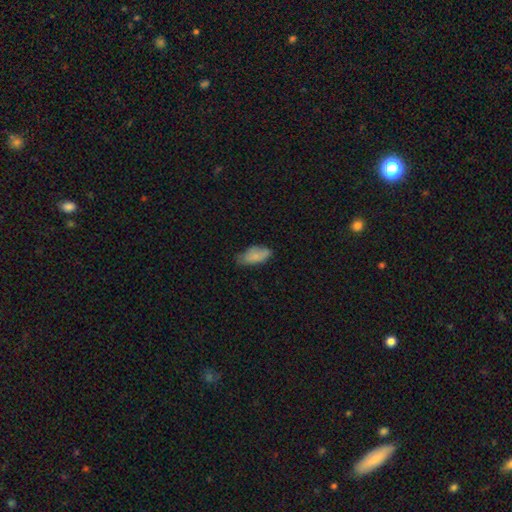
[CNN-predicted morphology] Overall: smooth (80%). How rounded: in between (90%). Merging: none (61%; minor disturbance 32%).